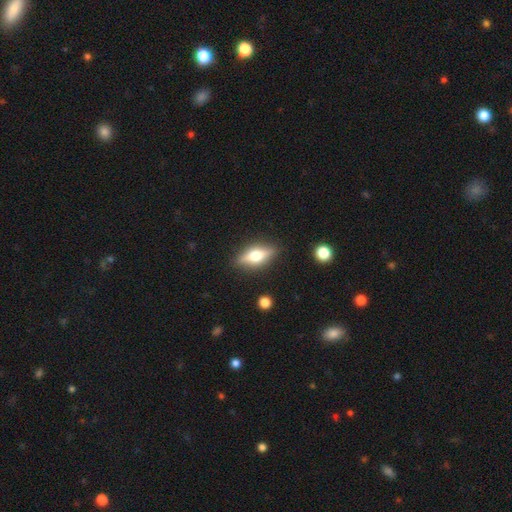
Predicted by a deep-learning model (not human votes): Smooth or featured: featured or disk — 50% (smooth — 42%)
Edge-on disk: yes — 89% (no — 11%)
Merging: none — 86% (minor disturbance — 10%)